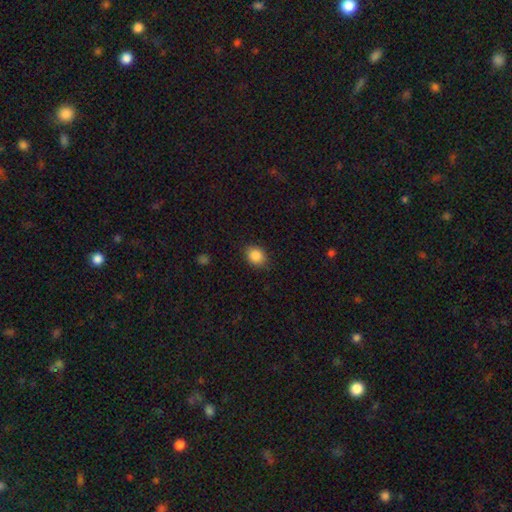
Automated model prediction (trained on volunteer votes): smooth 87%, star or artifact 9%, featured or disk 5%. Down the decision tree: how rounded — round (52%); merging — none (86%).